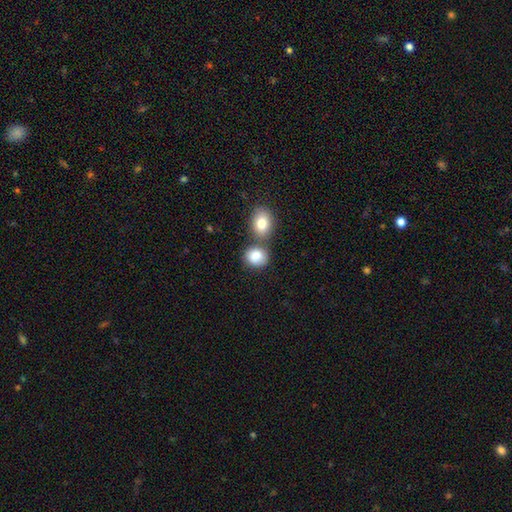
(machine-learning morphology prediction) Smooth or featured?
  - smooth: 84% *
  - featured or disk: 8%
  - star or artifact: 8%
How rounded?
  - round: 63% *
  - in between: 36%
  - cigar-shaped: 1%
Merging?
  - none: 50% *
  - merger: 34%
  - minor disturbance: 12%
  - major disturbance: 4%